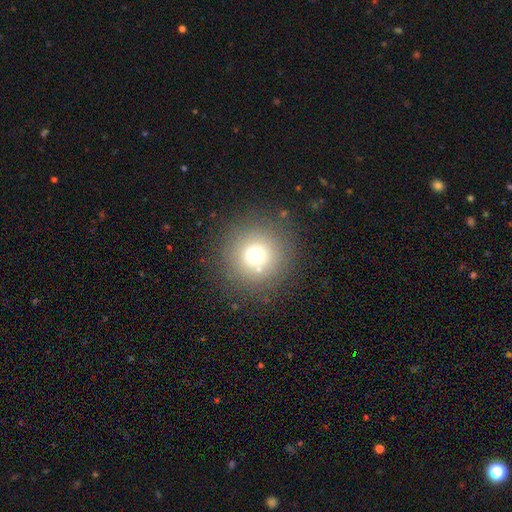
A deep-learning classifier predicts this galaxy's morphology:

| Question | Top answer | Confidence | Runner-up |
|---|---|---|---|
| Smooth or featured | smooth | 69% | star or artifact (17%) |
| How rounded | round | 95% | in between (4%) |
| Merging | none | 84% | minor disturbance (8%) |